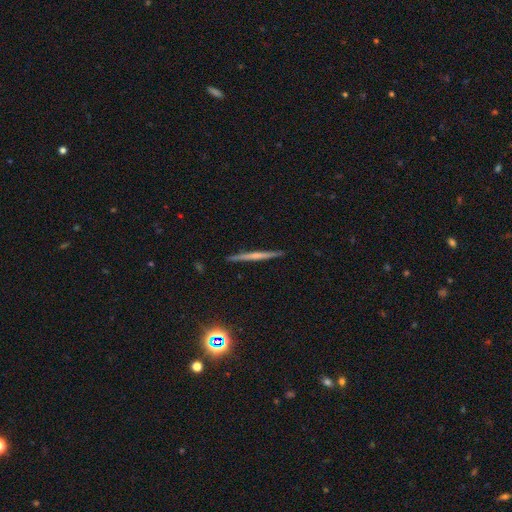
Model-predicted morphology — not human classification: Smooth or featured: featured or disk — 55% (smooth — 37%)
Edge-on disk: yes — 97% (no — 3%)
Edge-on bulge: none — 67% (rounded — 25%)
Merging: none — 90% (minor disturbance — 7%)